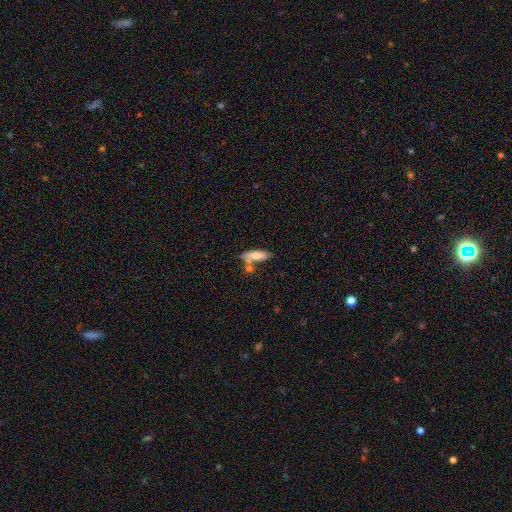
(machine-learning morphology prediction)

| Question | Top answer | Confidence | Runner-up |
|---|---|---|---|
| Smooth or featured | smooth | 78% | featured or disk (15%) |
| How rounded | in between | 53% | cigar-shaped (45%) |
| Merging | none | 54% | merger (24%) |